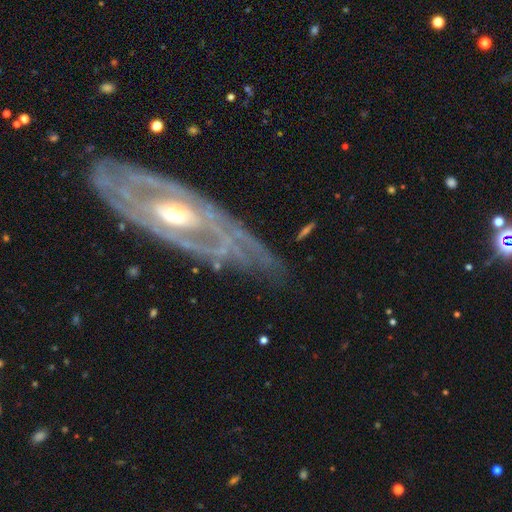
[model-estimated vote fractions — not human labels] This is clearly a featured or disk galaxy (86%). It is clearly not viewed edge-on (81%). Bar: possibly no (52%). Spiral arm pattern: clearly yes (83%). Spiral arm count: possibly can't tell (45%). Spiral winding: likely tight (69%). Central bulge: possibly moderate (58%). Merging: likely none (76%).